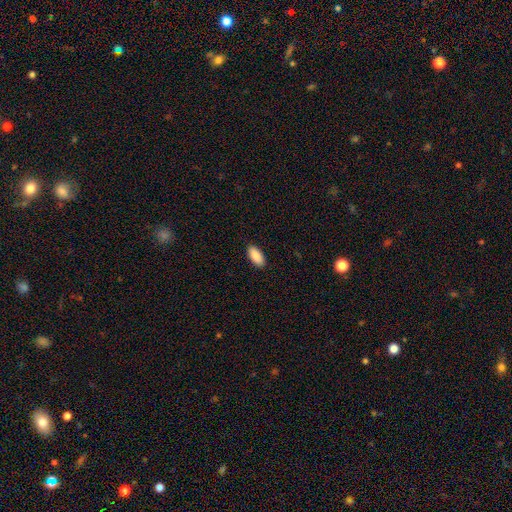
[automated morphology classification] Overall: smooth (90%). How rounded: in between (91%). Merging: none (90%).